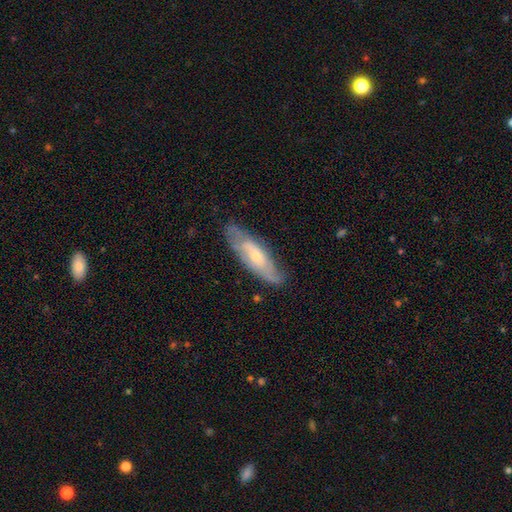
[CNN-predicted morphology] A featured or disk galaxy (63%).

Vote fractions:
- Smooth or featured? featured or disk: 63% / smooth: 31% / star or artifact: 6%
- Edge-on disk? no: 74% / yes: 26%
- Merging? none: 74% / minor disturbance: 20% / major disturbance: 5% / merger: 2%